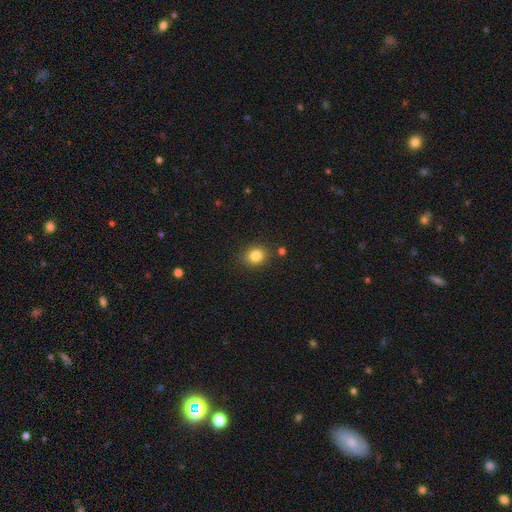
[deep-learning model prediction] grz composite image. It shows a smooth galaxy with no disk features (84%) that is round (71%). Merging: none (85%).